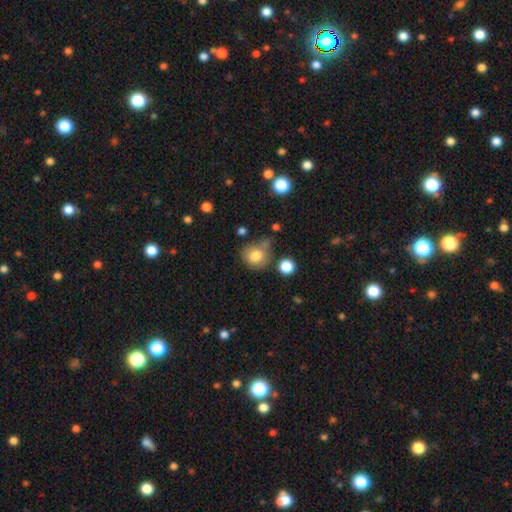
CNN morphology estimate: A smooth galaxy with no disk features (80%) that is round (80%). Merging: none (58%).